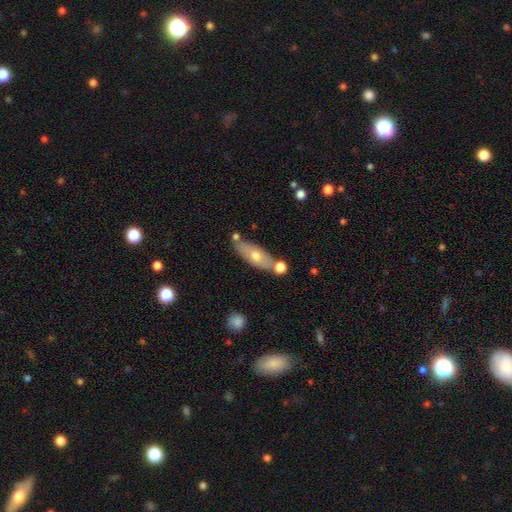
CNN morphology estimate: A smooth galaxy with no disk features (59%) that is in between round and cigar-shaped (63%). Merging: none (70%).